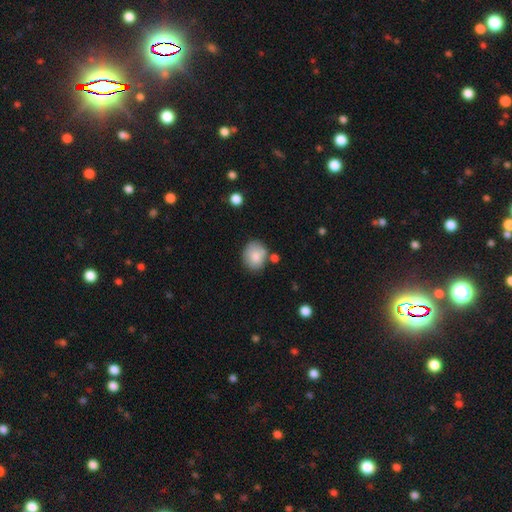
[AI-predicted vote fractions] This appears to be a smooth galaxy with no disk features (81%) that is round (64%). Merging: none (68%).